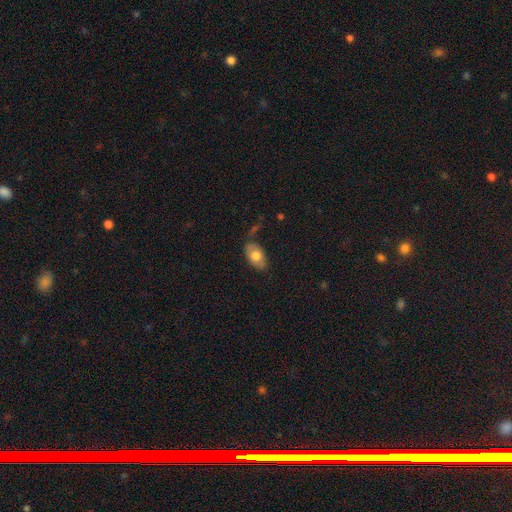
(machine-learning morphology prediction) Smooth or featured? smooth (73%)
How rounded? in between (92%)
Merging? none (73%)